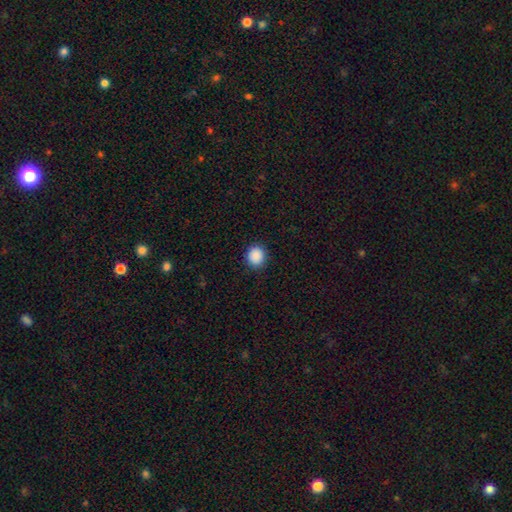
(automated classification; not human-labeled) A smooth galaxy with no disk features (89%) that is round (84%). Merging: none (91%).